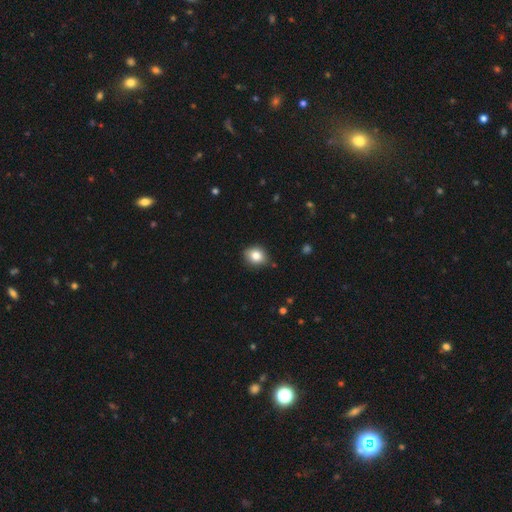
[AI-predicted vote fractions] smooth 83%, star or artifact 10%, featured or disk 7%. Down the decision tree: how rounded — round (61%); merging — none (83%).